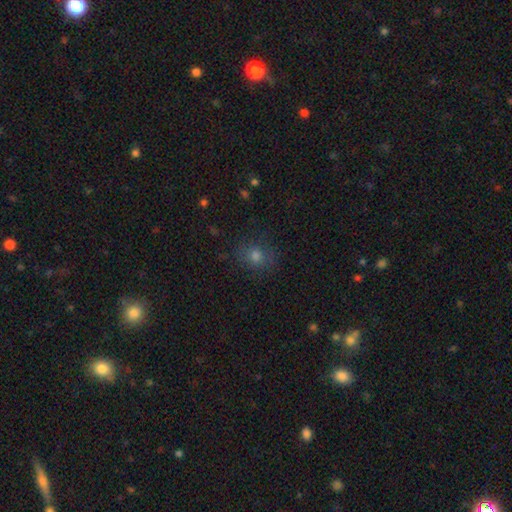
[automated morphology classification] Smooth or featured? Predicted: smooth (p=0.70). How rounded? Predicted: round (p=0.72). Merging? Predicted: none (p=0.81).